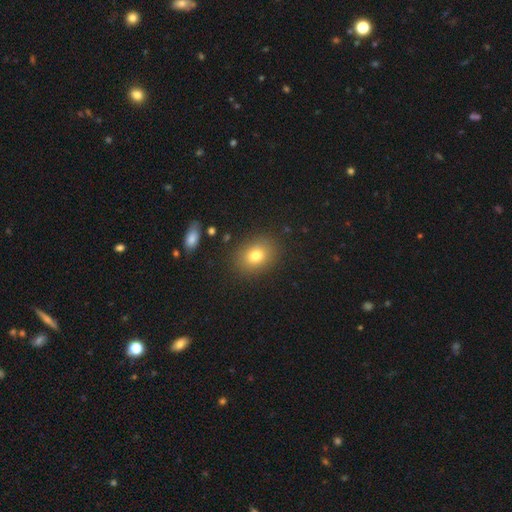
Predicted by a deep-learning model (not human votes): smooth_or_featured: smooth (p=0.79) [alt: star or artifact p=0.11]
how_rounded: in between (p=0.53) [alt: round p=0.46]
merging: none (p=0.85) [alt: minor disturbance p=0.10]